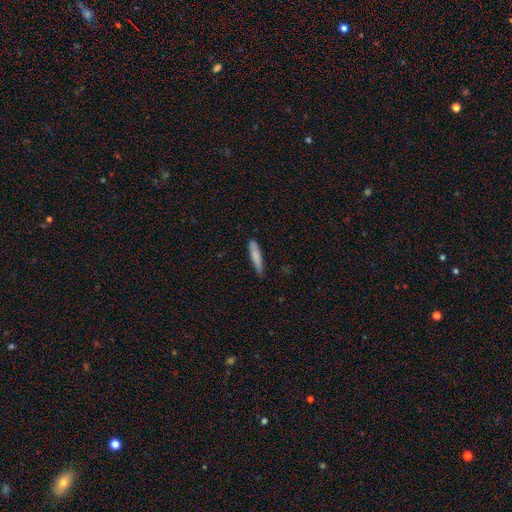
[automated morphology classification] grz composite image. It shows a smooth galaxy with no disk features (81%) that is cigar-shaped (86%). Merging: none (78%).